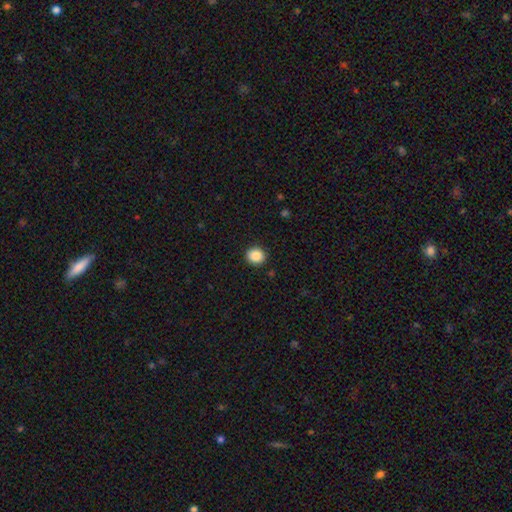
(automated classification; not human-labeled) Morphology: type=smooth (88%); roundness=round (87%); merging=none (91%).